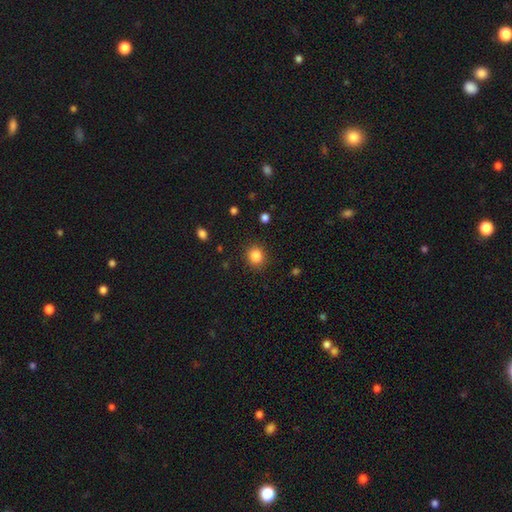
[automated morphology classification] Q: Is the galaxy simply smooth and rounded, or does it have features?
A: smooth — 85%.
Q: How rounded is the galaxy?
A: round — 83%.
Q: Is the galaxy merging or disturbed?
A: none — 88%.